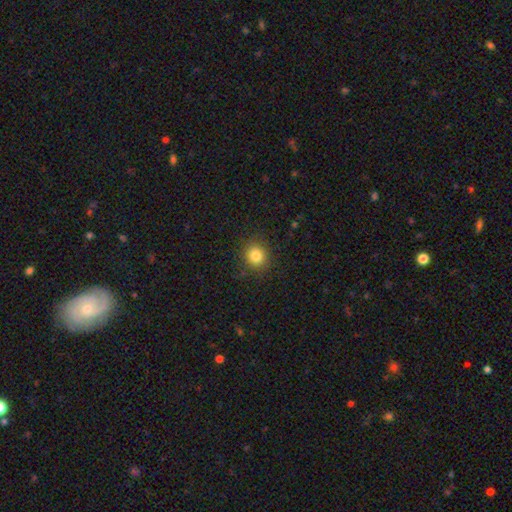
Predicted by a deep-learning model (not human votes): This appears to be a smooth galaxy with no disk features (82%) that is round (86%). Merging: none (89%).